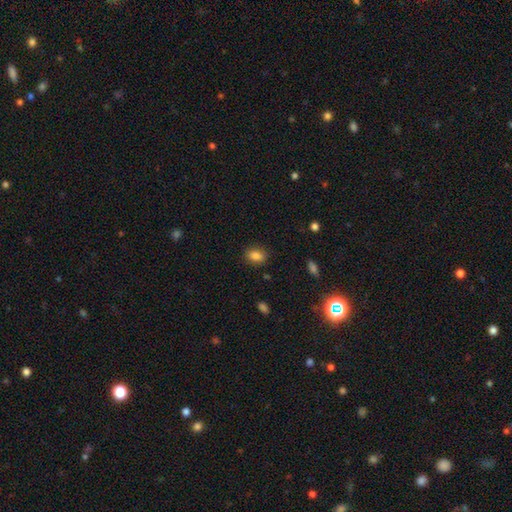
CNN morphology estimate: Overall: smooth (85%). How rounded: in between (78%). Merging: none (84%).